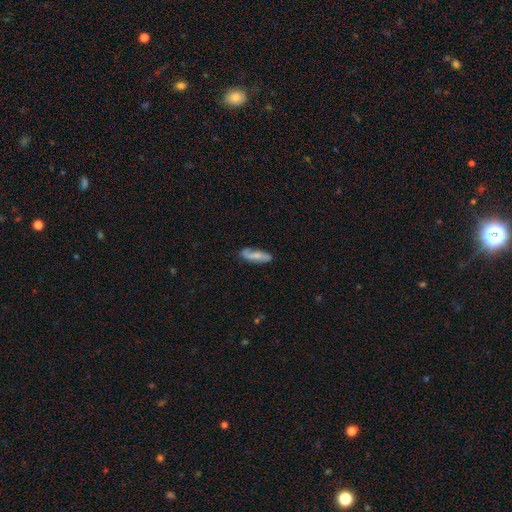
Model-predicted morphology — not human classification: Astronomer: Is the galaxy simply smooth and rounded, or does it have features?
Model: smooth — 59% (runner-up: featured or disk, 34%).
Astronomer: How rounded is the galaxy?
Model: cigar-shaped — 51% (runner-up: in between, 46%).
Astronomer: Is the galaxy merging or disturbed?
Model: none — 72%.